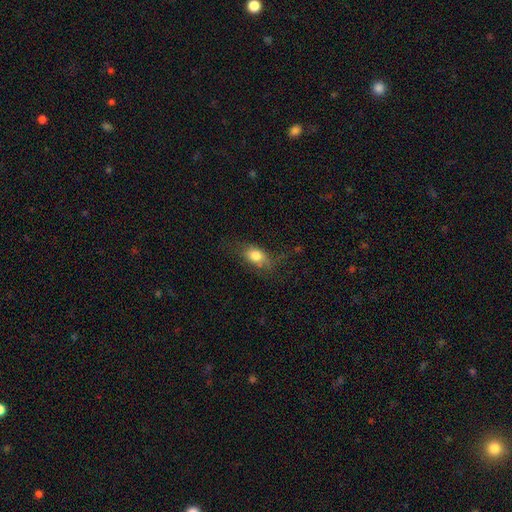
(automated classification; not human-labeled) smooth_or_featured: smooth (p=0.77) [alt: featured or disk p=0.14]
how_rounded: in between (p=0.80) [alt: round p=0.14]
merging: none (p=0.53) [alt: minor disturbance p=0.28]